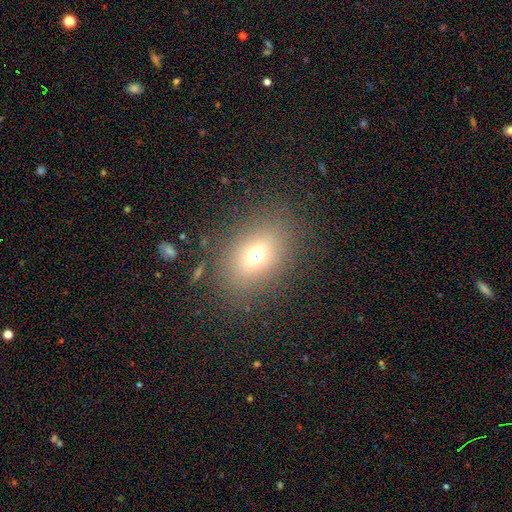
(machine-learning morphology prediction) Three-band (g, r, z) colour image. It shows a smooth galaxy with no disk features (64%) that is in between round and cigar-shaped (70%). Merging: none (75%).